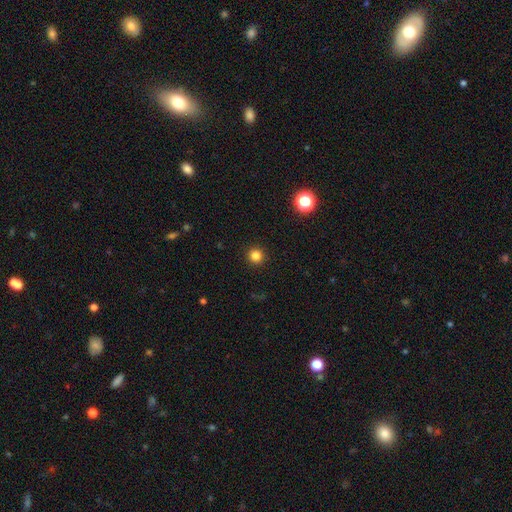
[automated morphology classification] Smooth or featured: smooth — 82% (star or artifact — 13%)
How rounded: round — 96% (in between — 3%)
Merging: none — 93% (minor disturbance — 4%)